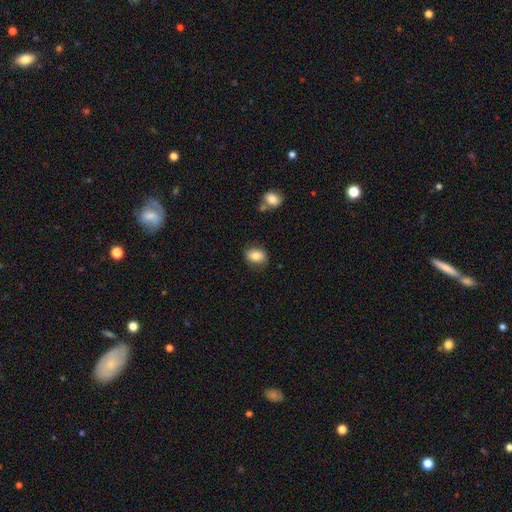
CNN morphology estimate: The model was most divided on "how rounded": in between: 73%, round: 25%, cigar-shaped: 1%. More confident: smooth or featured — smooth (82%); merging — none (78%).